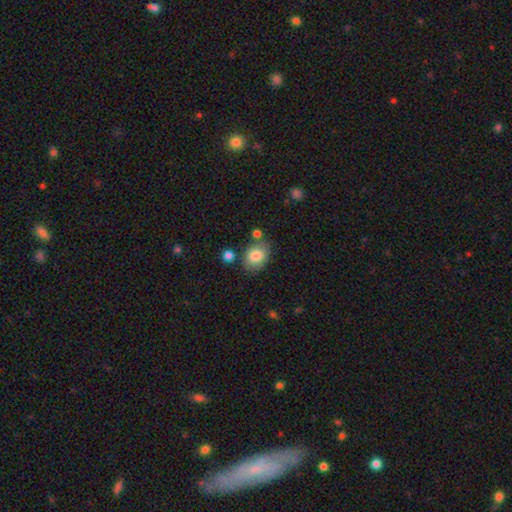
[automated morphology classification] smooth 83%, featured or disk 9%, star or artifact 8%. Down the decision tree: how rounded — in between (62%); merging — none (72%).